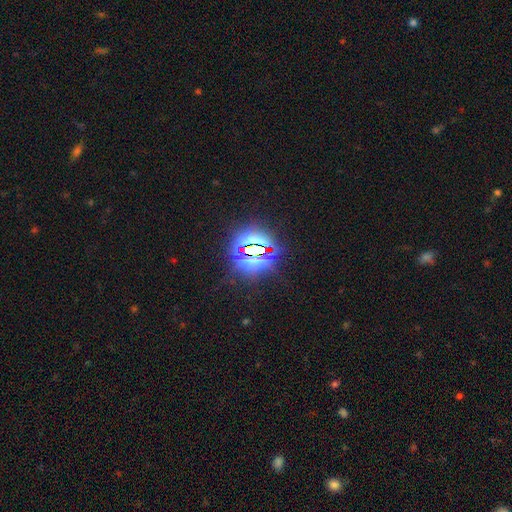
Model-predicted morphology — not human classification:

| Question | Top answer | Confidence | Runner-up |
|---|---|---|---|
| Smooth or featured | star or artifact | 83% | smooth (9%) |